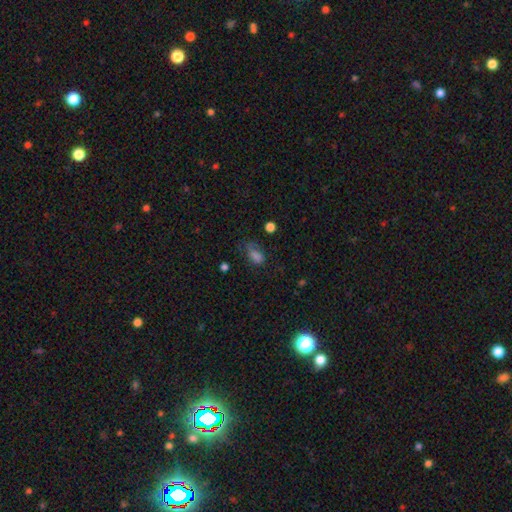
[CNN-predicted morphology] Smooth or featured: smooth — 64% (star or artifact — 23%)
How rounded: in between — 84% (round — 13%)
Merging: none — 43% (minor disturbance — 29%)